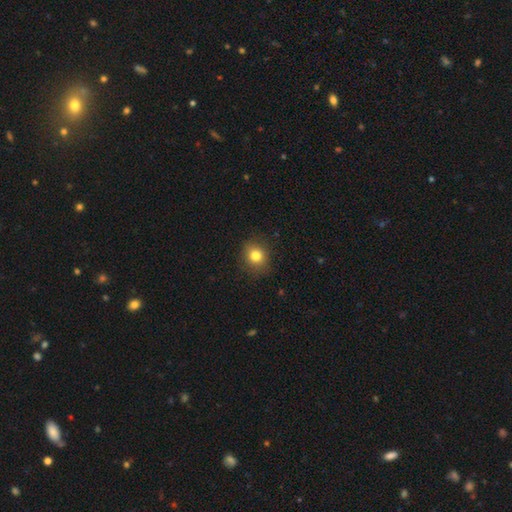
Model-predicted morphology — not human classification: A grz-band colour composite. It shows a smooth galaxy with no disk features (81%) that is round (79%). Merging: none (87%).